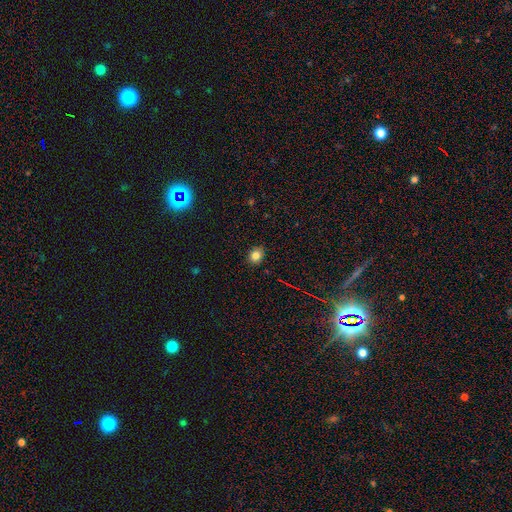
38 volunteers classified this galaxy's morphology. This is clearly a smooth galaxy (84%). How rounded: clearly round (84%). Merging: clearly none (94%).